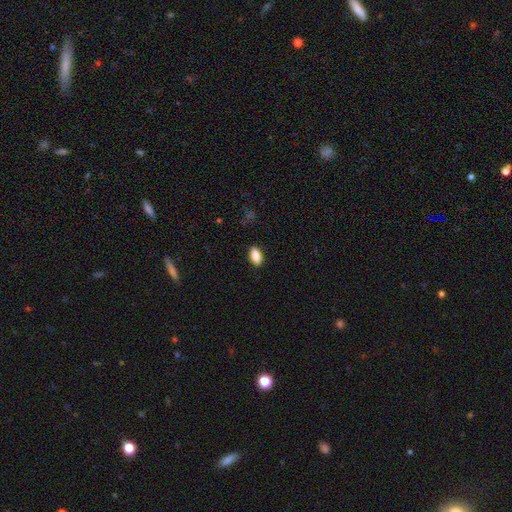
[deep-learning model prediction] This is clearly a smooth galaxy (85%). How rounded: clearly in between (90%). Merging: clearly none (88%).